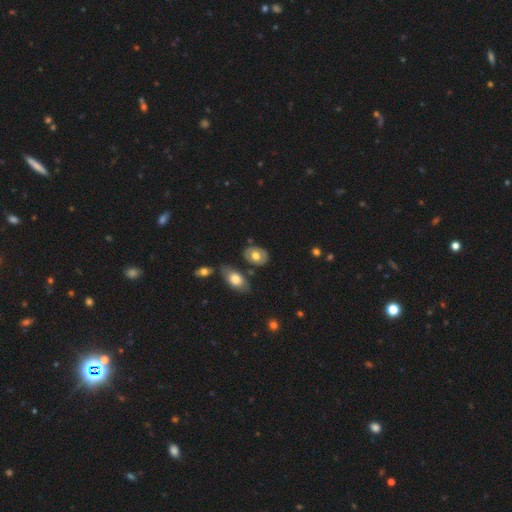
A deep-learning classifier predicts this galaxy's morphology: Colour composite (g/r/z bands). It shows a smooth galaxy with no disk features (58%) that is in between round and cigar-shaped (73%). Merging: none (75%).